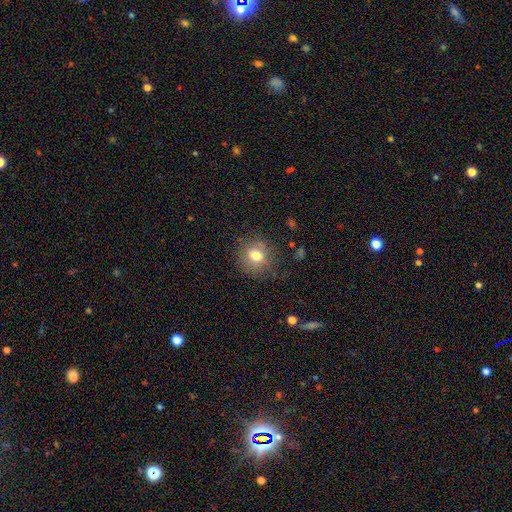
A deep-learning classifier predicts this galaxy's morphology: A smooth galaxy with no disk features (76%) that is round (83%).

Vote fractions:
- Smooth or featured? smooth: 76% / featured or disk: 13% / star or artifact: 11%
- How rounded? round: 83% / in between: 16% / cigar-shaped: 1%
- Merging? none: 79% / minor disturbance: 14% / major disturbance: 5% / merger: 2%